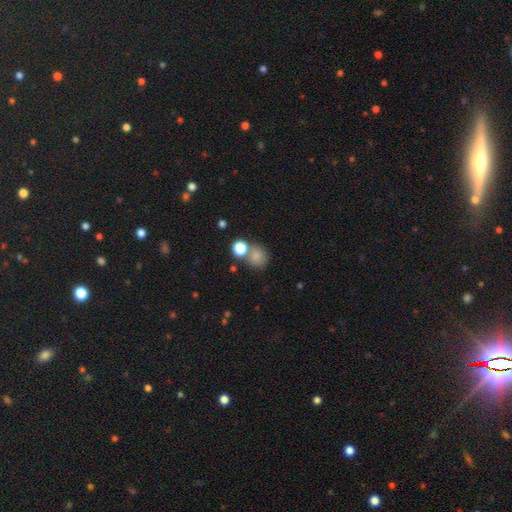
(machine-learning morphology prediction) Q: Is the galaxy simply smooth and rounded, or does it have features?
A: smooth — 80%.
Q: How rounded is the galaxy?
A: round — 80%.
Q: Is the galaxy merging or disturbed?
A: none — 58%.